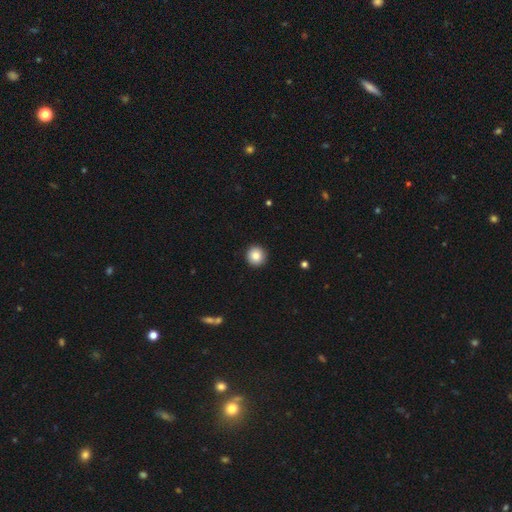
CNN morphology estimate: Smooth or featured?
  - smooth: 85% *
  - star or artifact: 9%
  - featured or disk: 6%
How rounded?
  - round: 94% *
  - in between: 5%
  - cigar-shaped: 1%
Merging?
  - none: 93% *
  - minor disturbance: 5%
  - major disturbance: 2%
  - merger: 1%